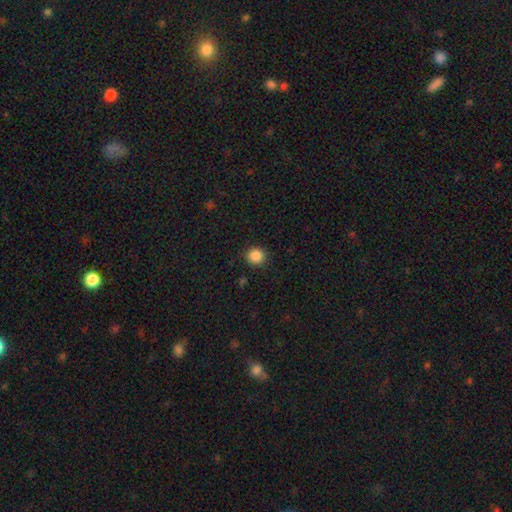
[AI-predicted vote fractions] Q: Smooth or featured?
A: smooth (86%); runner-up: star or artifact (10%)
Q: How rounded?
A: round (89%); runner-up: in between (10%)
Q: Merging?
A: none (90%); runner-up: minor disturbance (7%)